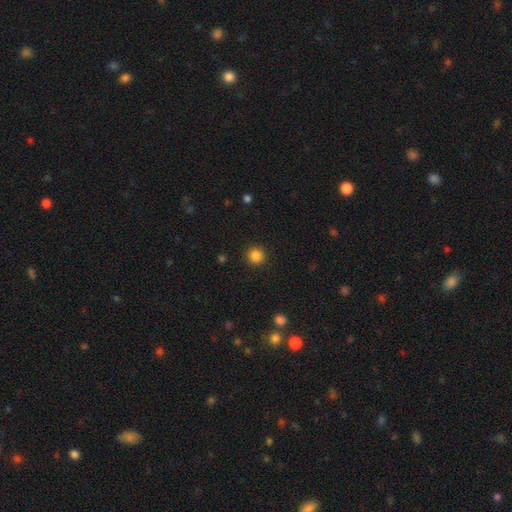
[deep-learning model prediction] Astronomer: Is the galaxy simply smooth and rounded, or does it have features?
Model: smooth — 86%.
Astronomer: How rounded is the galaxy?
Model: round — 95%.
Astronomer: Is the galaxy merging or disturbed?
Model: none — 92%.